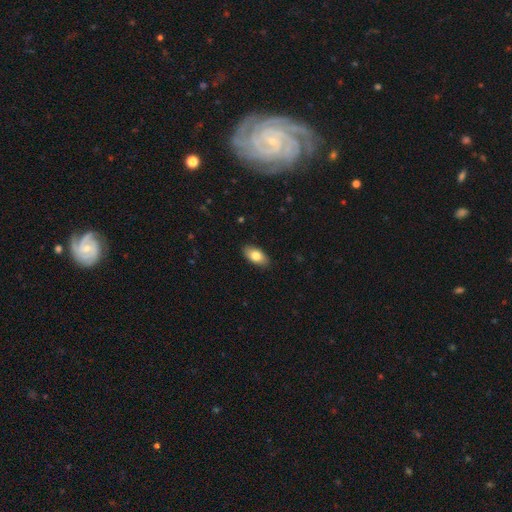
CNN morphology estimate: The model was most divided on "smooth or featured": smooth: 79%, featured or disk: 15%, star or artifact: 7%. More confident: how rounded — in between (93%); merging — none (89%).